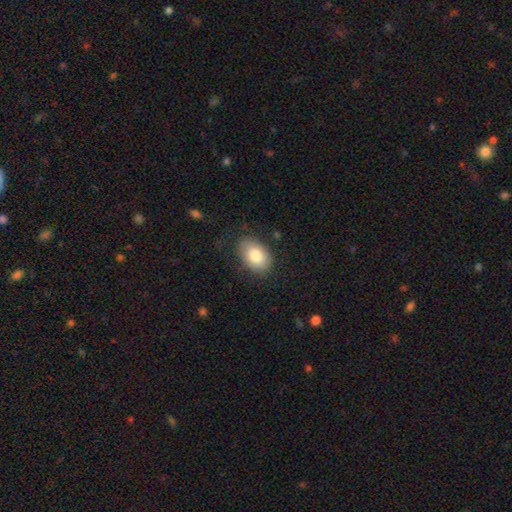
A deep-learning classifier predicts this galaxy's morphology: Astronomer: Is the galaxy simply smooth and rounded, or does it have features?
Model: smooth — 82%.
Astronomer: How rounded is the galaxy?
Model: in between — 87%.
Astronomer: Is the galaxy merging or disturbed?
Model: none — 77%.